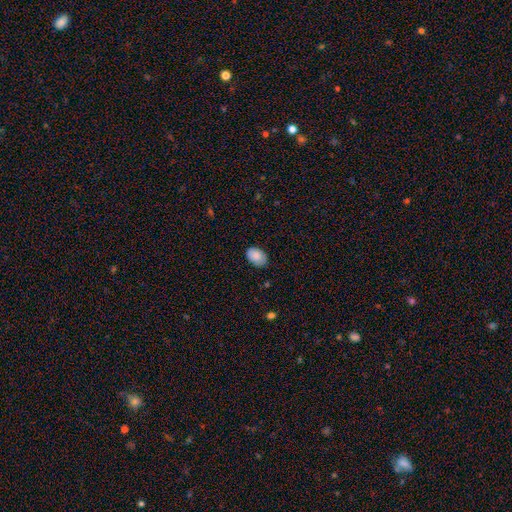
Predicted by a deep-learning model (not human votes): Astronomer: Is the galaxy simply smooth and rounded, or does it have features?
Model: smooth — 86%.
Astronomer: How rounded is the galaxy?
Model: in between — 86%.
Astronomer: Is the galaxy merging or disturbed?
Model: none — 83%.